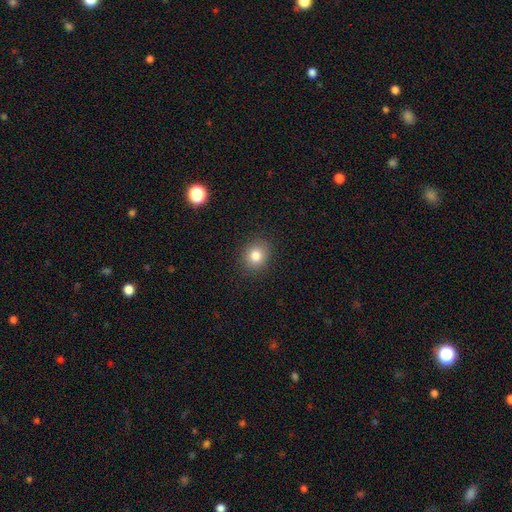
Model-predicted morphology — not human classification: The model was most divided on "how rounded": round: 75%, in between: 24%, cigar-shaped: 1%. More confident: merging — none (89%); smooth or featured — smooth (81%).